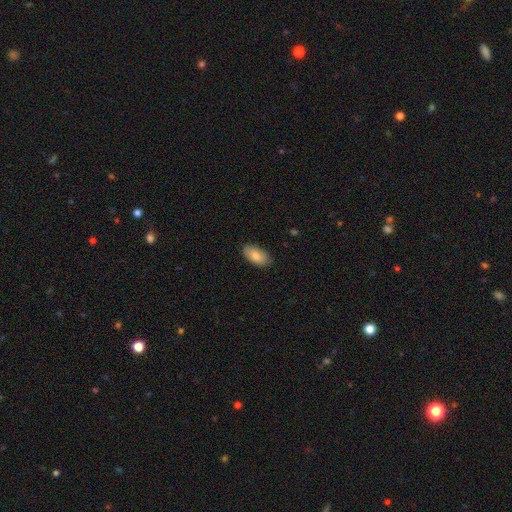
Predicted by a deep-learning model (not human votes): smooth 83%, featured or disk 11%, star or artifact 6%. Down the decision tree: how rounded — in between (94%); merging — none (85%).